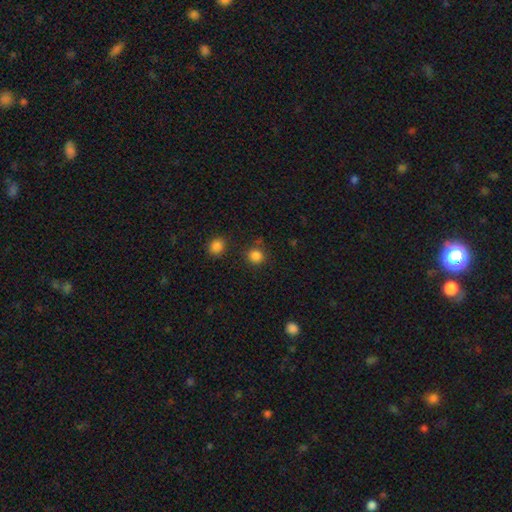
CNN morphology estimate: This appears to be a smooth galaxy with no disk features (84%) that is round (91%). Merging: none (82%).